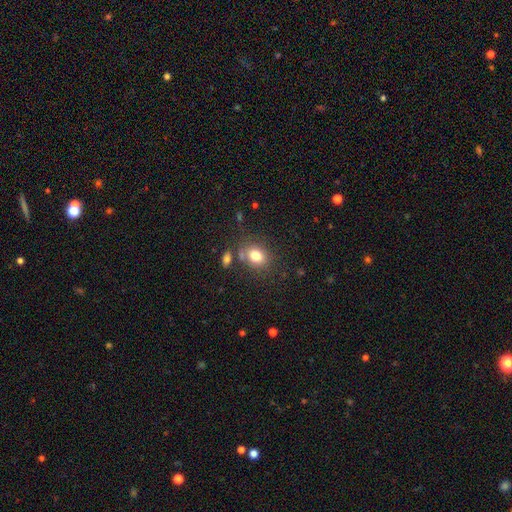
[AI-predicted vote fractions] Smooth or featured? smooth (79%)
How rounded? in between (53%)
Merging? none (69%)